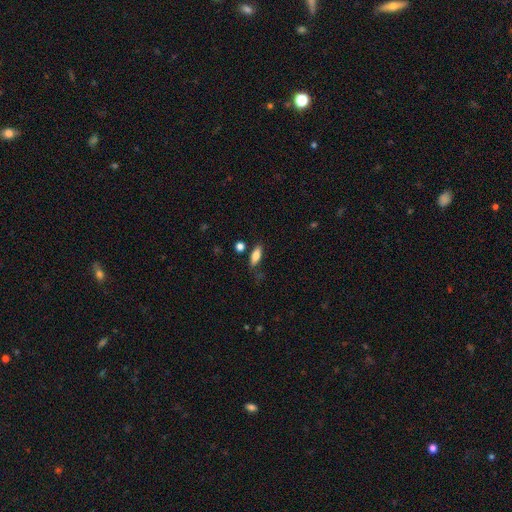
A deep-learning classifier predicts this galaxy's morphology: Smooth or featured? smooth (79%)
How rounded? in between (69%)
Merging? none (74%)